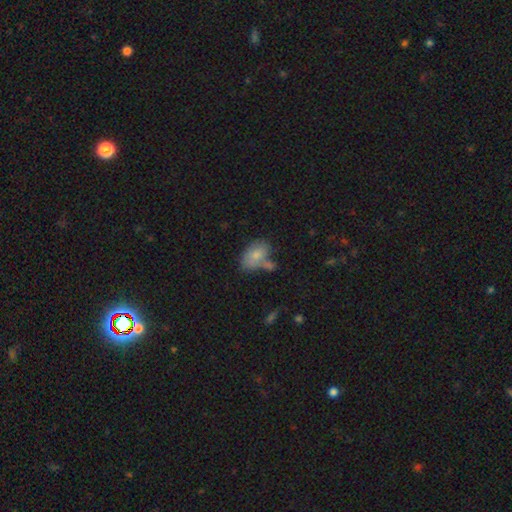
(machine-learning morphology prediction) This is likely a smooth galaxy (75%). How rounded: clearly in between (88%). Merging: marginally none (44%).